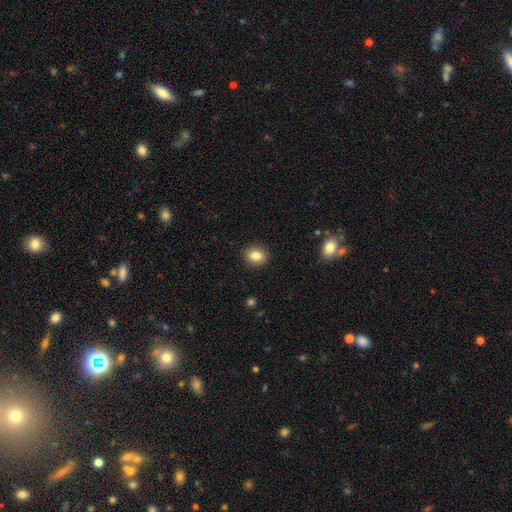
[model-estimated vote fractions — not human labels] smooth_or_featured: smooth (p=0.83) [alt: star or artifact p=0.09]
how_rounded: round (p=0.56) [alt: in between p=0.43]
merging: none (p=0.90) [alt: minor disturbance p=0.07]